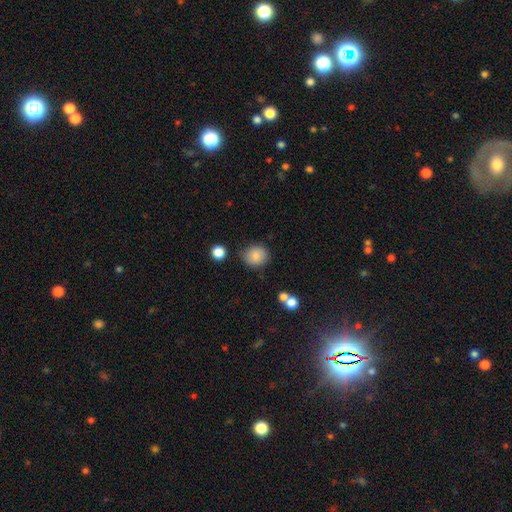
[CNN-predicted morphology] Smooth or featured? Predicted: smooth (p=0.83). How rounded? Predicted: round (p=0.78). Merging? Predicted: none (p=0.80).